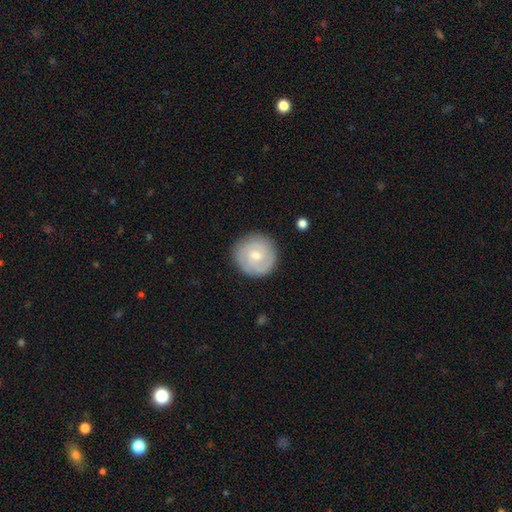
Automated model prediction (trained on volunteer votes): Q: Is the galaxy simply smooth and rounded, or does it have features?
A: featured or disk — 49%.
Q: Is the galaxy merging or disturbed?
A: none — 87%.